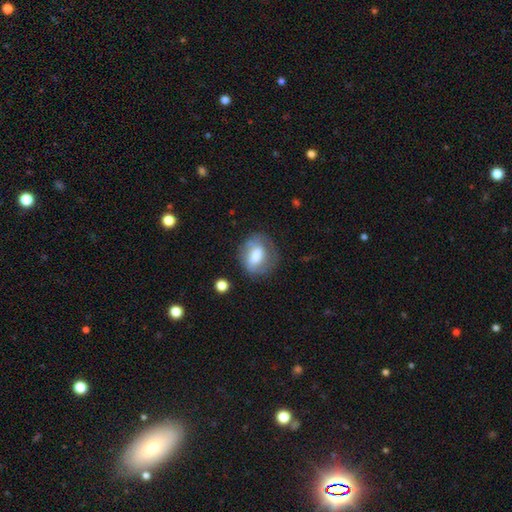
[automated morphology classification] Smooth or featured? smooth (61%)
How rounded? round (51%)
Merging? none (63%)